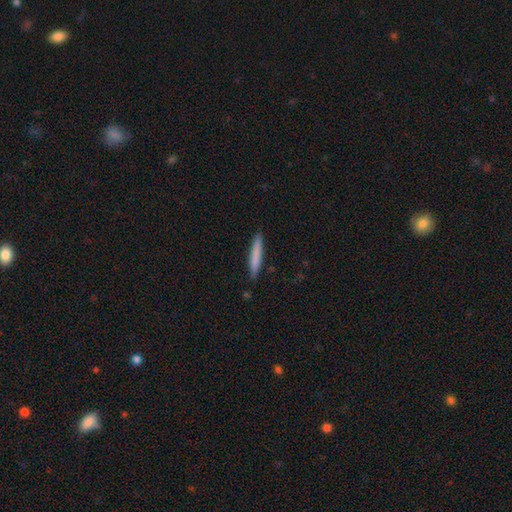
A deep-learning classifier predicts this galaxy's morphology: Q: Smooth or featured?
A: smooth (77%); runner-up: featured or disk (17%)
Q: How rounded?
A: cigar-shaped (94%); runner-up: in between (4%)
Q: Merging?
A: none (89%); runner-up: minor disturbance (8%)